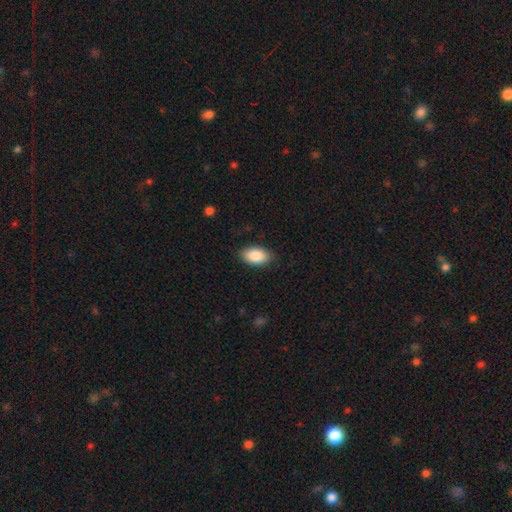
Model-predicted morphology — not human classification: This appears to be a smooth galaxy with no disk features (87%) that is in between round and cigar-shaped (93%). Merging: none (85%).